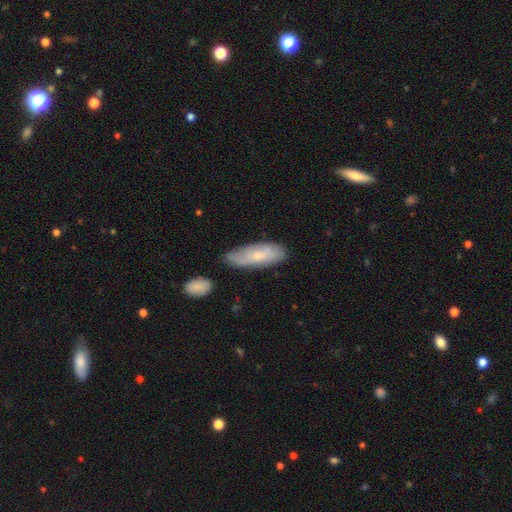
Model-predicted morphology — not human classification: Q: Smooth or featured?
A: smooth (62%); runner-up: featured or disk (31%)
Q: How rounded?
A: in between (61%); runner-up: cigar-shaped (38%)
Q: Merging?
A: none (66%); runner-up: minor disturbance (24%)